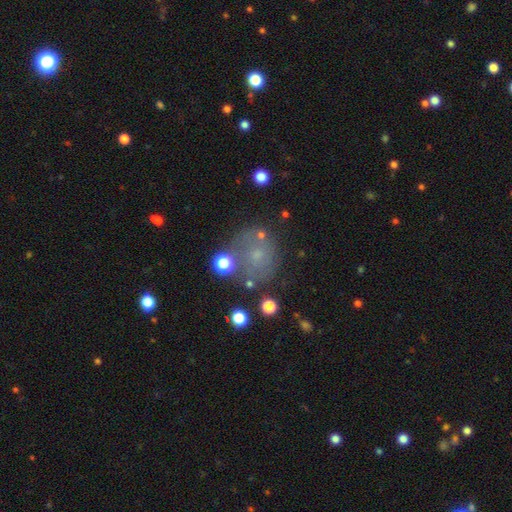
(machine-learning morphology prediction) Smooth or featured? smooth (52%)
How rounded? round (77%)
Merging? none (62%)